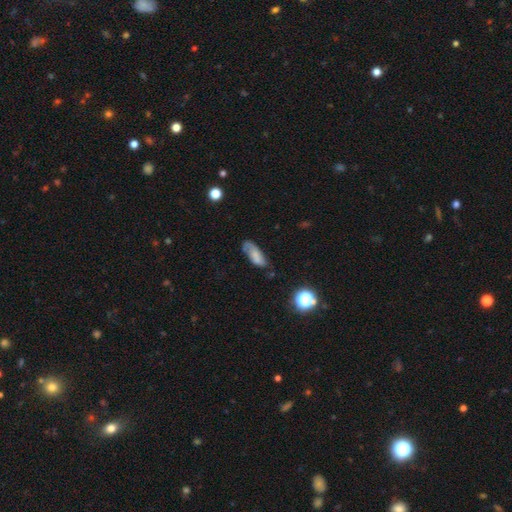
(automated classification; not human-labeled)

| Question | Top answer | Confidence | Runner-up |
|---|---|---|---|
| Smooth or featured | smooth | 64% | featured or disk (25%) |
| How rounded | in between | 75% | cigar-shaped (22%) |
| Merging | none | 50% | minor disturbance (32%) |